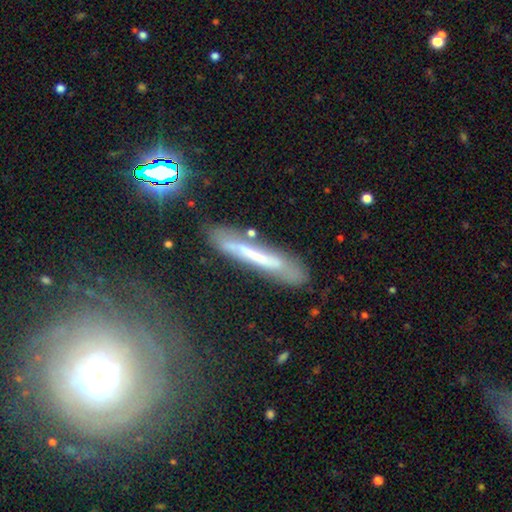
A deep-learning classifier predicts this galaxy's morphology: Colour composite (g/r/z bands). It shows a featured or disk galaxy (49%). Merging: none (67%).